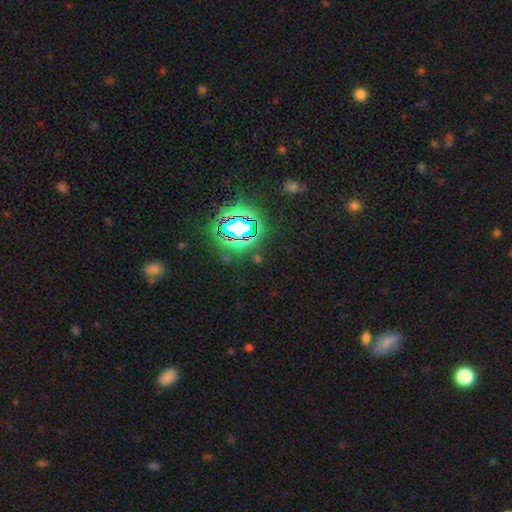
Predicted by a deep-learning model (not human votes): Smooth or featured: star or artifact — 76% (smooth — 15%)